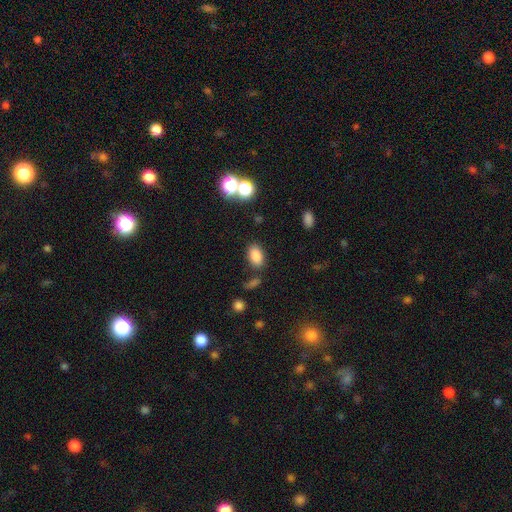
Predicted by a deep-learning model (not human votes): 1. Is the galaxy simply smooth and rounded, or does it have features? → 84% smooth, 10% star or artifact, 6% featured or disk.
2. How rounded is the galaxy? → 90% in between, 8% round, 2% cigar-shaped.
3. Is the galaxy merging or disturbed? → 78% none, 12% minor disturbance, 6% merger, 4% major disturbance.